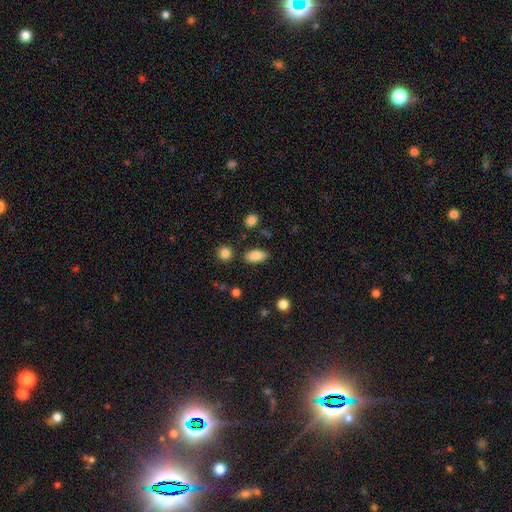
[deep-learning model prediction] Overall: smooth (86%). How rounded: in between (89%). Merging: none (83%).